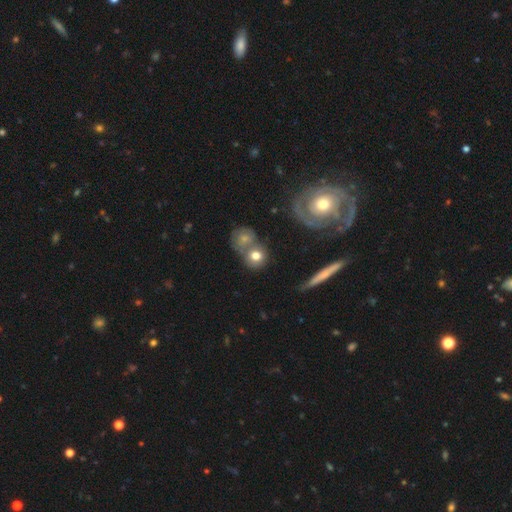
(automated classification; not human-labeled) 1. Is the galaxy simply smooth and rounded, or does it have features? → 69% smooth, 20% featured or disk, 10% star or artifact.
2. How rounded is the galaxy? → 76% round, 22% in between, 2% cigar-shaped.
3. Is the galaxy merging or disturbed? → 44% merger, 39% none, 10% minor disturbance, 6% major disturbance.